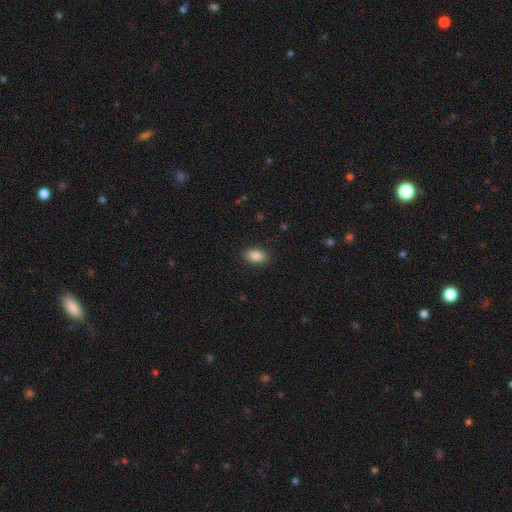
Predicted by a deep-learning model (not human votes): Smooth or featured? smooth (88%)
How rounded? in between (90%)
Merging? none (88%)